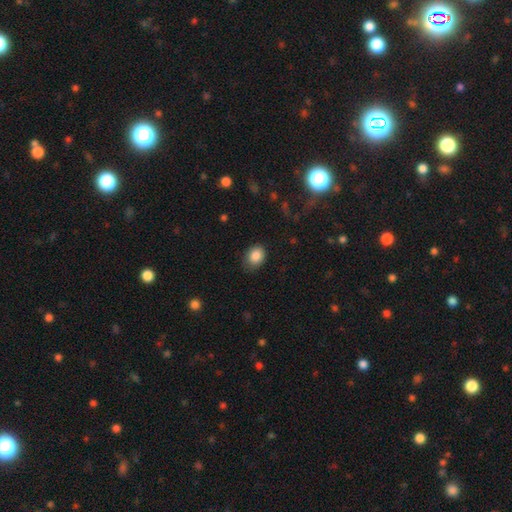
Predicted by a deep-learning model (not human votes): Smooth or featured? Predicted: smooth (p=0.86). How rounded? Predicted: in between (p=0.60). Merging? Predicted: none (p=0.69).